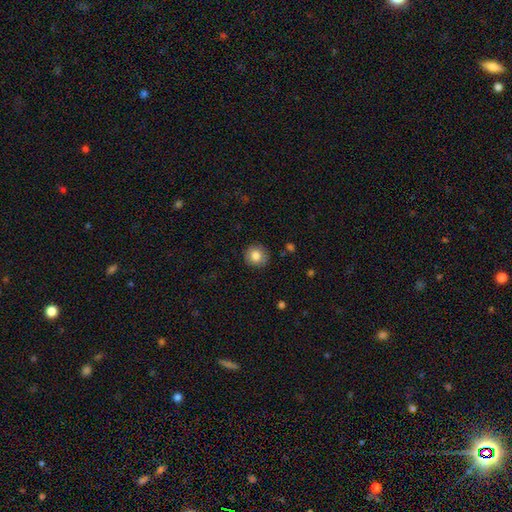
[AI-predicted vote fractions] smooth_or_featured: smooth (p=0.82) [alt: featured or disk p=0.09]
how_rounded: round (p=0.92) [alt: in between p=0.07]
merging: none (p=0.88) [alt: minor disturbance p=0.09]